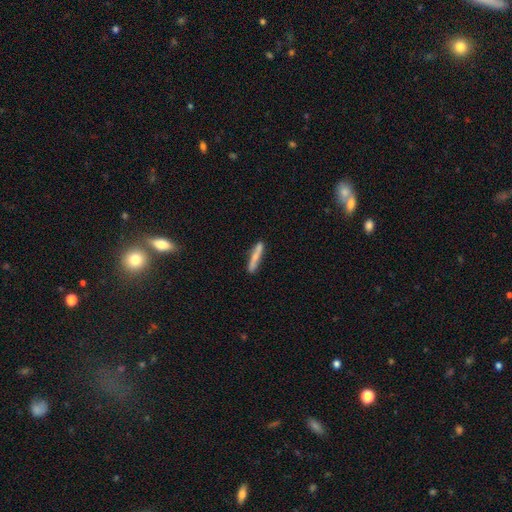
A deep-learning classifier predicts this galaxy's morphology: smooth 65%, featured or disk 29%, star or artifact 6%. Down the decision tree: how rounded — cigar-shaped (92%); merging — none (79%).